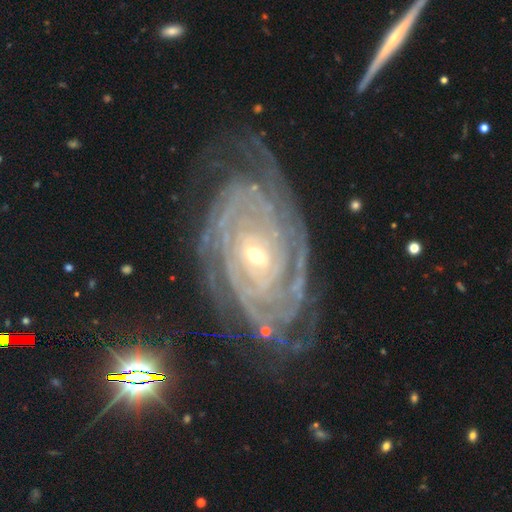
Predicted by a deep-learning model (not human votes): Overall: featured or disk (90%). Edge-on disk: no (95%). Bar: no (55%; weak 28%). Spiral arms: yes (98%). Spiral arm count: can't tell (26%; 4 20%). Spiral winding: tight (84%). Bulge size: small (61%; moderate 35%). Merging: none (72%).